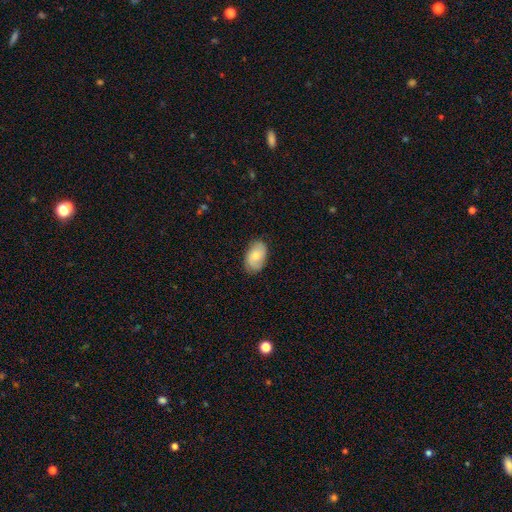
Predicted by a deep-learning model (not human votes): The model was most divided on "smooth or featured": smooth: 67%, featured or disk: 27%, star or artifact: 7%. More confident: how rounded — in between (89%); merging — none (80%).